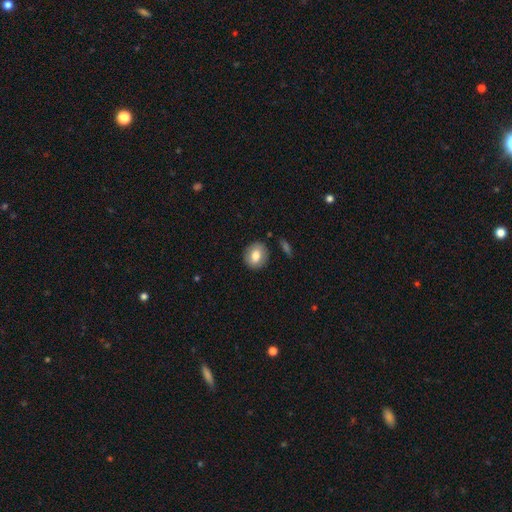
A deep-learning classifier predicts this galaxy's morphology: Smooth or featured? Predicted: smooth (p=0.78). How rounded? Predicted: round (p=0.66). Merging? Predicted: none (p=0.85).